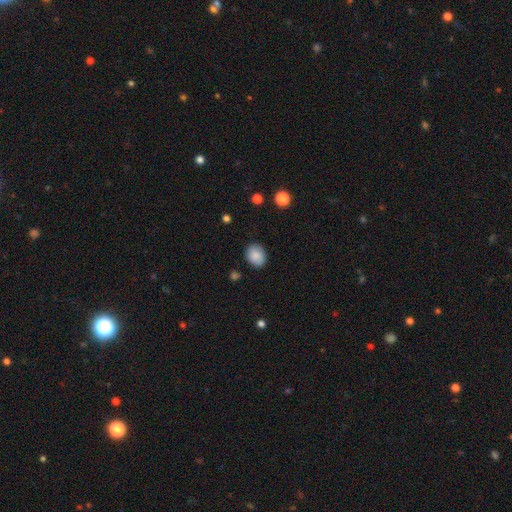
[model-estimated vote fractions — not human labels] Smooth or featured? Predicted: smooth (p=0.87). How rounded? Predicted: round (p=0.52). Merging? Predicted: none (p=0.84).